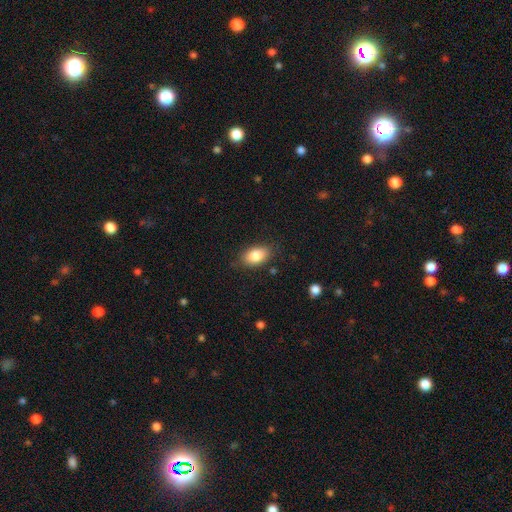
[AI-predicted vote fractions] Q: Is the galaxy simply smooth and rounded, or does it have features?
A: smooth — 84%.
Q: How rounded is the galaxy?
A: in between — 89%.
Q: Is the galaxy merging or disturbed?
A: none — 82%.